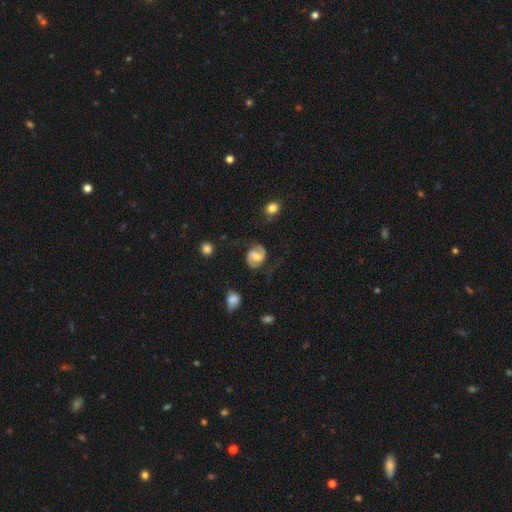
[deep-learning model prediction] Smooth or featured: featured or disk — 74% (smooth — 20%)
Edge-on disk: no — 98% (yes — 2%)
Bar: weak — 48% (no — 30%)
Spiral arms: yes — 93% (no — 7%)
Spiral winding: medium — 51% (loose — 25%)
Spiral arm count: 2 — 90% (can't tell — 5%)
Bulge size: moderate — 53% (small — 27%)
Merging: none — 68% (minor disturbance — 18%)